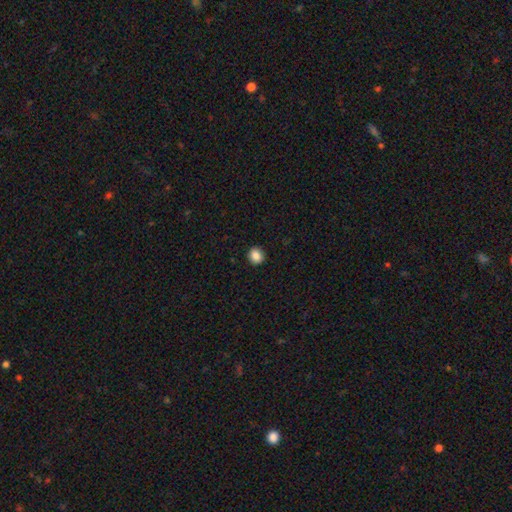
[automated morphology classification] Smooth or featured? smooth (87%)
How rounded? round (82%)
Merging? none (92%)